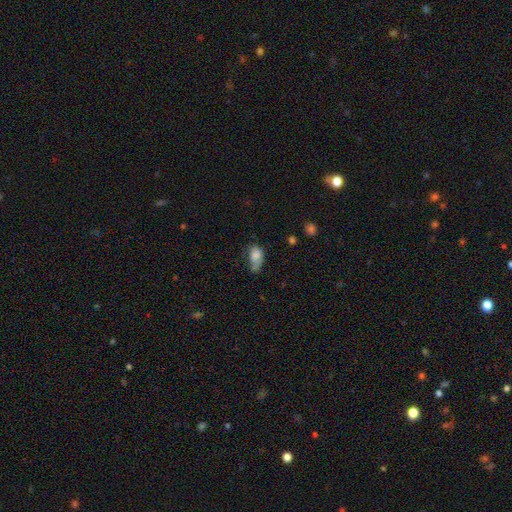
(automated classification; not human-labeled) smooth_or_featured: smooth (p=0.76) [alt: featured or disk p=0.14]
how_rounded: in between (p=0.81) [alt: round p=0.17]
merging: minor disturbance (p=0.33) [alt: none p=0.28]